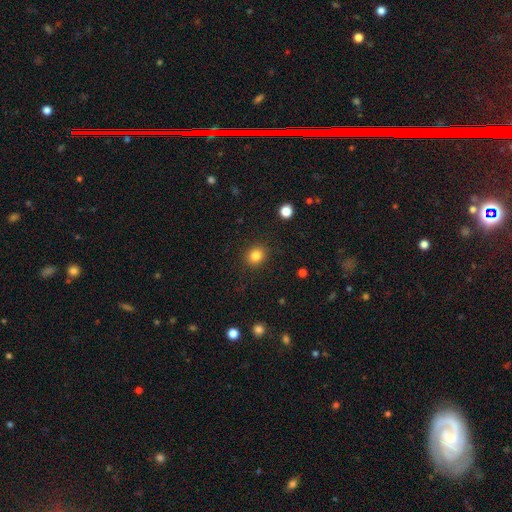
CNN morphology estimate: smooth 83%, star or artifact 12%, featured or disk 5%. Down the decision tree: how rounded — round (74%); merging — none (89%).